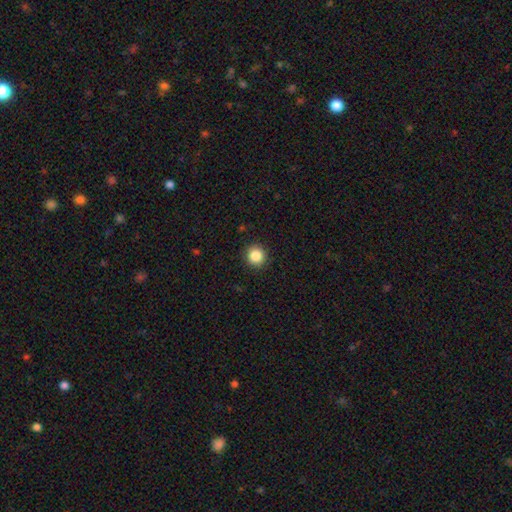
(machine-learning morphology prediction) The model was most divided on "smooth or featured": smooth: 86%, star or artifact: 10%, featured or disk: 4%. More confident: how rounded — round (94%); merging — none (92%).